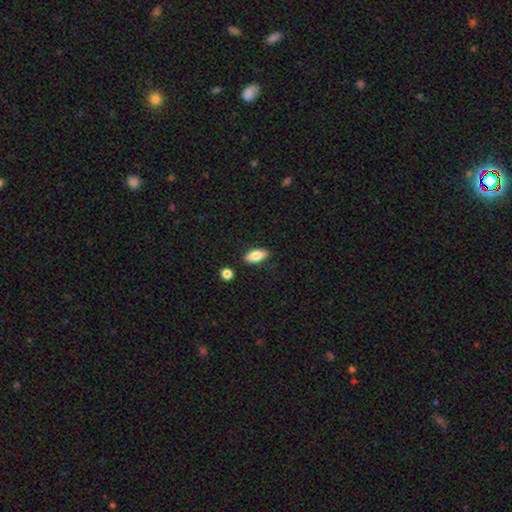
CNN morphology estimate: smooth-or-featured: smooth: 76% | featured or disk: 17% | star or artifact: 7%
  how-rounded: in between: 82% | cigar-shaped: 14% | round: 4%
  merging: none: 86% | minor disturbance: 9% | merger: 3% | major disturbance: 2%